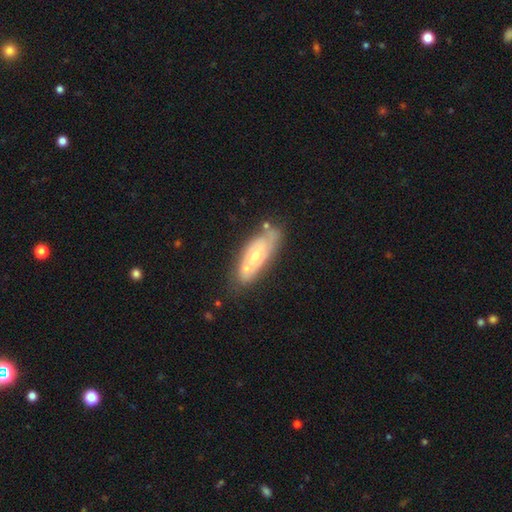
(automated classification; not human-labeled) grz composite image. It shows a featured or disk galaxy (57%). Merging: none (58%).